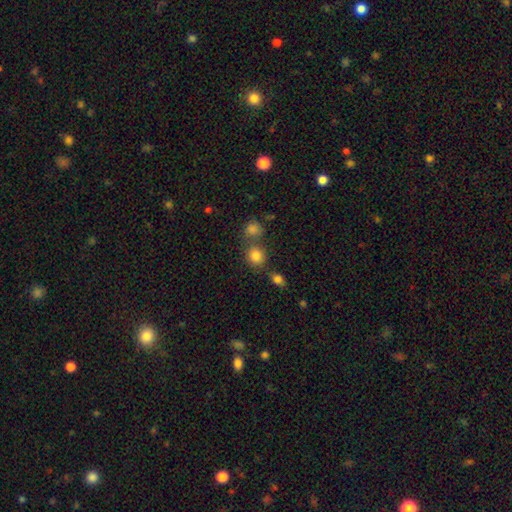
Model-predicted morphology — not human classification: Smooth or featured? Predicted: smooth (p=0.82). How rounded? Predicted: round (p=0.81). Merging? Predicted: none (p=0.62).